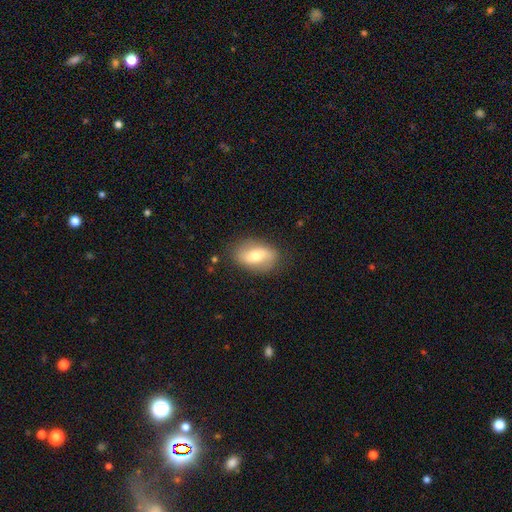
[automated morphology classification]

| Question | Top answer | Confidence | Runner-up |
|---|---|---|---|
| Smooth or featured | smooth | 56% | featured or disk (37%) |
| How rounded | in between | 88% | round (9%) |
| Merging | none | 80% | minor disturbance (14%) |